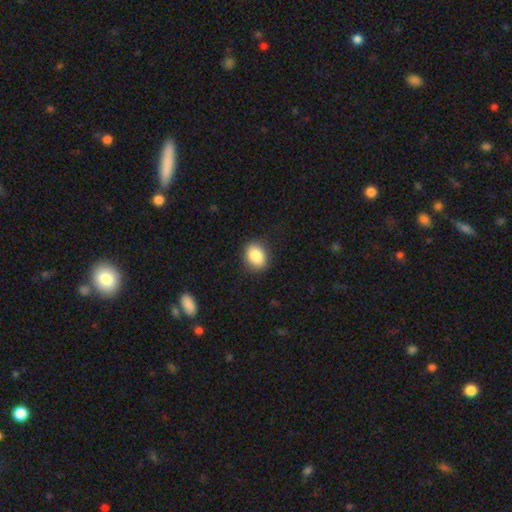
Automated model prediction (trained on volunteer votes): Morphology: type=smooth (86%); roundness=in between (67%); merging=none (87%).